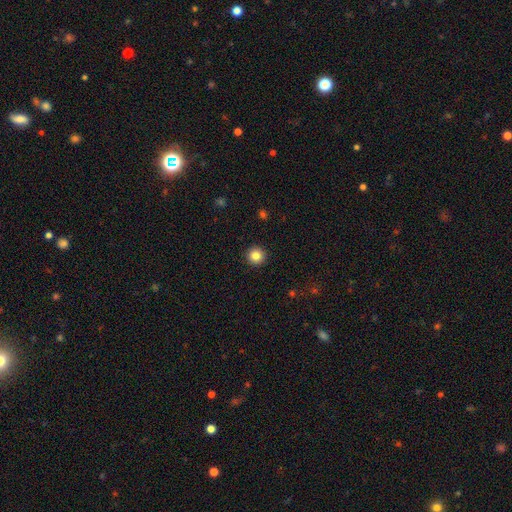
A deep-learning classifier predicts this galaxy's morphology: type=smooth (84%); roundness=round (96%); merging=none (93%).